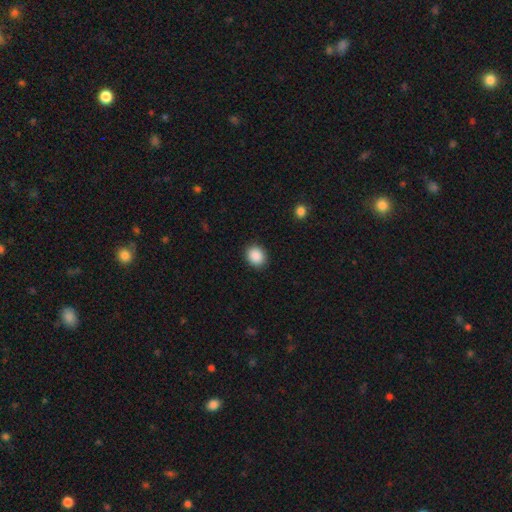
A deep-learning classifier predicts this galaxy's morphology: The model was most divided on "how rounded": round: 67%, in between: 32%, cigar-shaped: 1%. More confident: merging — none (90%); smooth or featured — smooth (89%).